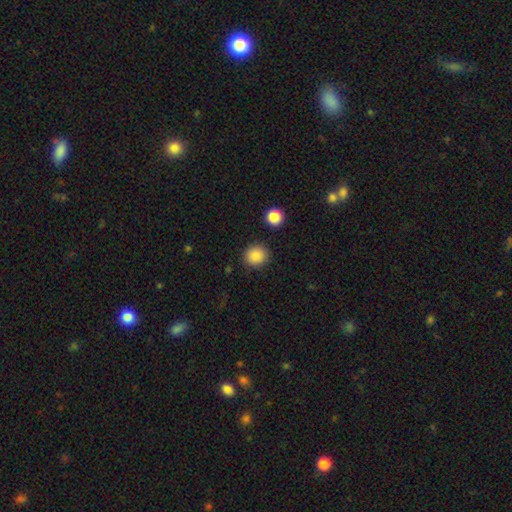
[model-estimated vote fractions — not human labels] A smooth galaxy with no disk features (87%) that is round (87%).

Vote fractions:
- Smooth or featured? smooth: 87% / star or artifact: 9% / featured or disk: 4%
- How rounded? round: 87% / in between: 12% / cigar-shaped: 1%
- Merging? none: 89% / minor disturbance: 7% / major disturbance: 2% / merger: 2%